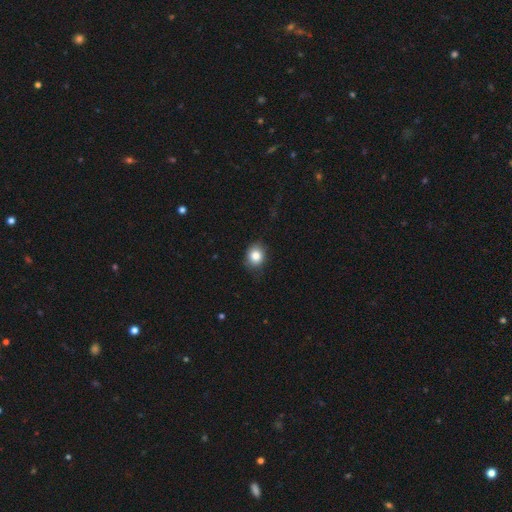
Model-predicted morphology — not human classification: Smooth or featured: smooth — 84% (star or artifact — 10%)
How rounded: round — 67% (in between — 32%)
Merging: none — 81% (minor disturbance — 15%)